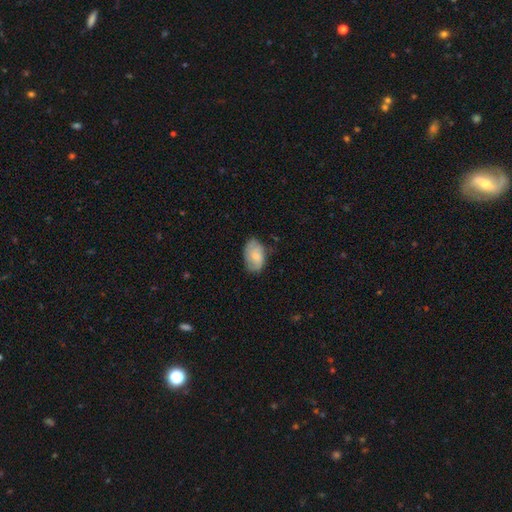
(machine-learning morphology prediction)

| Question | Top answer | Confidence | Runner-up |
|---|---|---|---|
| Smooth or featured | smooth | 62% | featured or disk (32%) |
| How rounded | in between | 90% | round (9%) |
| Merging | none | 67% | minor disturbance (26%) |